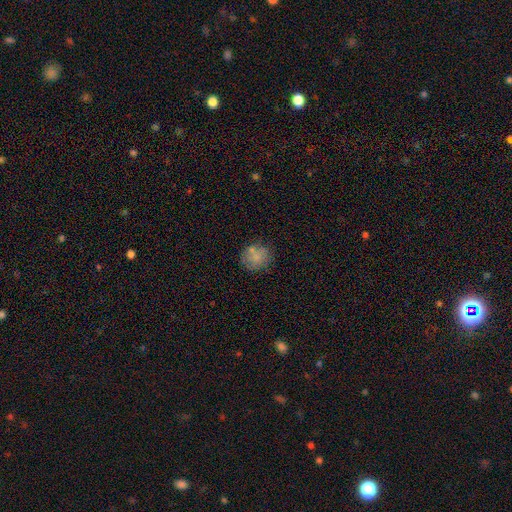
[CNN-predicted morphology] The model was most divided on "merging": none: 69%, minor disturbance: 16%, merger: 9%, major disturbance: 6%. More confident: how rounded — round (84%); smooth or featured — smooth (74%).